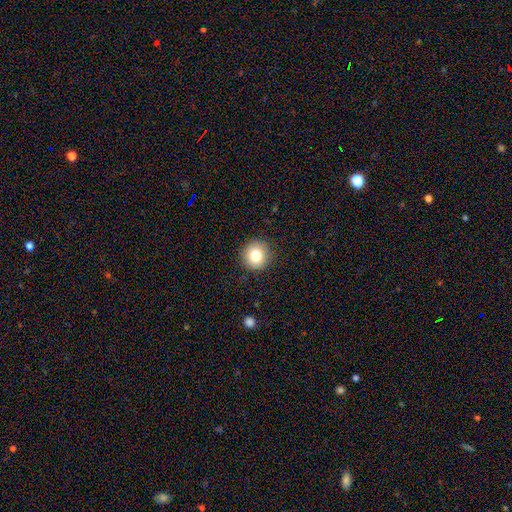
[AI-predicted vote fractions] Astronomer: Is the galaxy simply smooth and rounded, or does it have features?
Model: smooth — 80%.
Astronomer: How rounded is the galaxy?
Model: round — 93%.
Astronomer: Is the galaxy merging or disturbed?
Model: none — 91%.